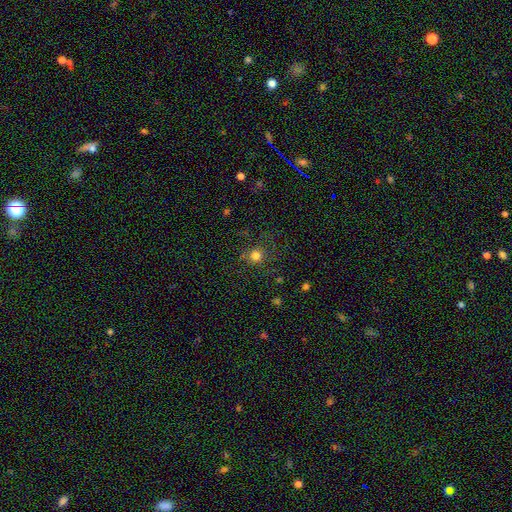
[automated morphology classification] Overall: smooth (73%). How rounded: round (91%). Merging: none (77%).